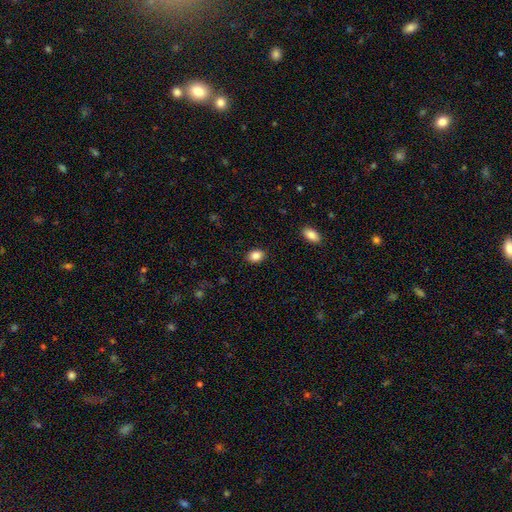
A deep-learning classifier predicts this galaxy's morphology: smooth_or_featured: smooth (p=0.87) [alt: star or artifact p=0.09]
how_rounded: in between (p=0.71) [alt: round p=0.28]
merging: none (p=0.88) [alt: minor disturbance p=0.08]